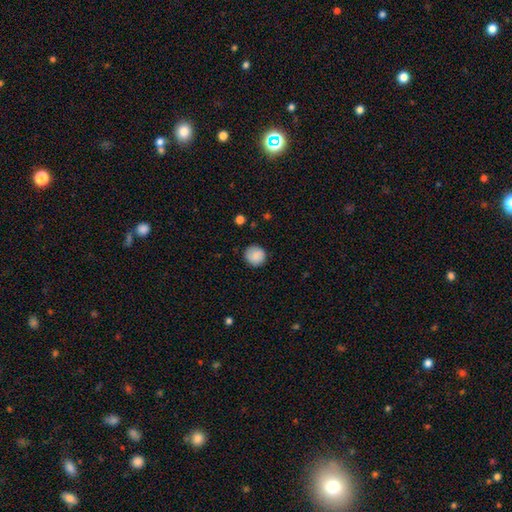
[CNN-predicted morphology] smooth_or_featured: smooth (p=0.85) [alt: star or artifact p=0.07]
how_rounded: round (p=0.91) [alt: in between p=0.09]
merging: none (p=0.85) [alt: minor disturbance p=0.12]